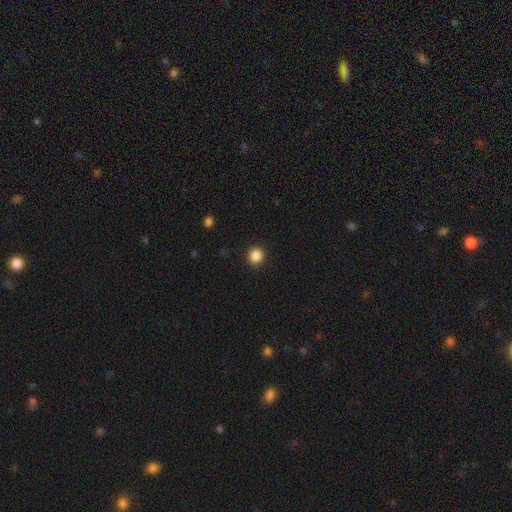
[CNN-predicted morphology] smooth_or_featured: smooth (p=0.87) [alt: star or artifact p=0.10]
how_rounded: round (p=0.89) [alt: in between p=0.10]
merging: none (p=0.92) [alt: minor disturbance p=0.05]